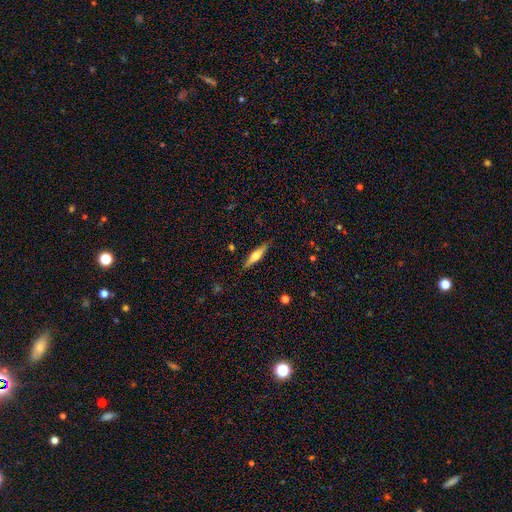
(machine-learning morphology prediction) A smooth galaxy with no disk features (50%).

Vote fractions:
- Smooth or featured? smooth: 50% / featured or disk: 44% / star or artifact: 6%
- Merging? none: 88% / minor disturbance: 9% / major disturbance: 2% / merger: 1%